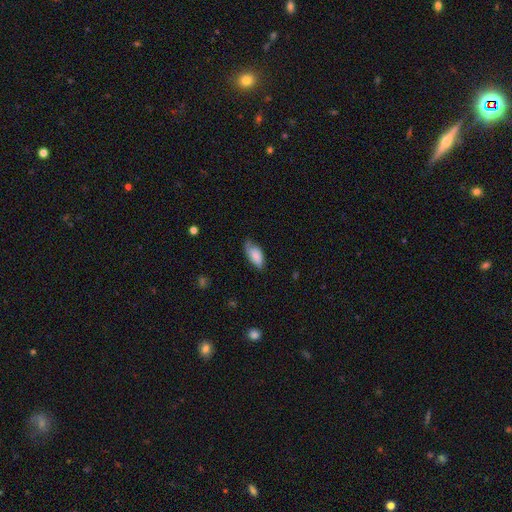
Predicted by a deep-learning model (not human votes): Overall: smooth (79%). How rounded: in between (90%). Merging: none (56%; minor disturbance 34%).